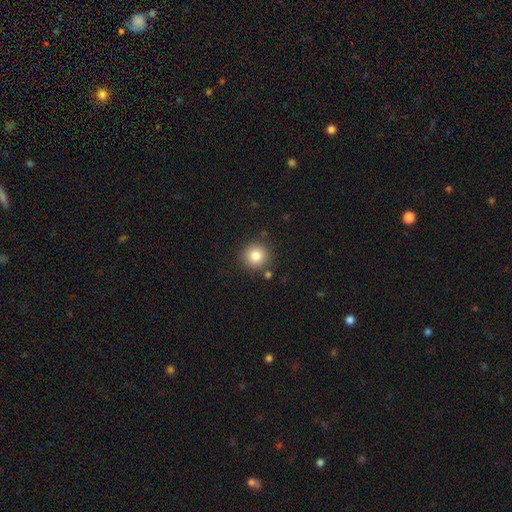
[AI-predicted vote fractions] smooth_or_featured: smooth (p=0.83) [alt: star or artifact p=0.10]
how_rounded: round (p=0.94) [alt: in between p=0.05]
merging: none (p=0.86) [alt: minor disturbance p=0.08]